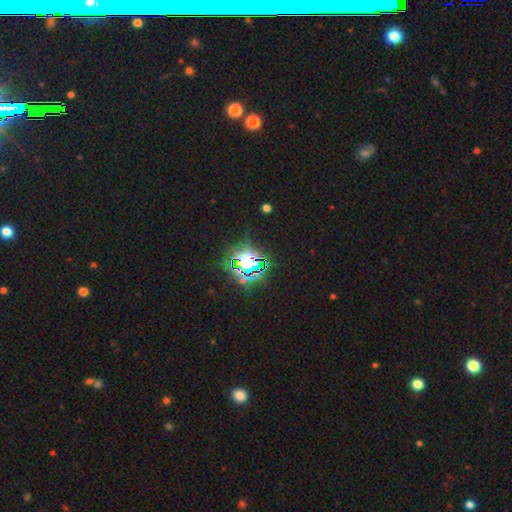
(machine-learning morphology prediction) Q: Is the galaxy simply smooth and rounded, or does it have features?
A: star or artifact — 82%.